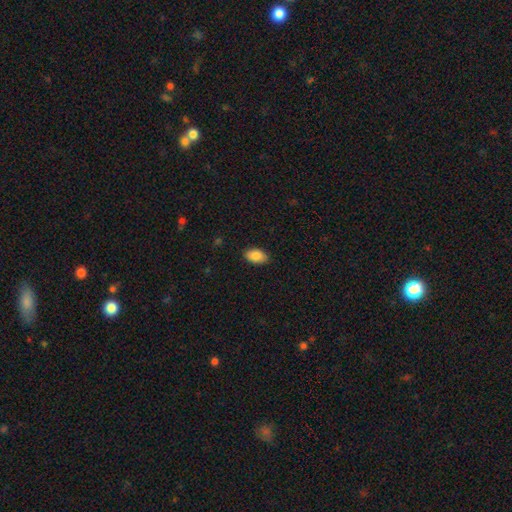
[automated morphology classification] The model was most divided on "merging": none: 87%, minor disturbance: 10%, major disturbance: 2%, merger: 1%. More confident: how rounded — in between (93%); smooth or featured — smooth (88%).